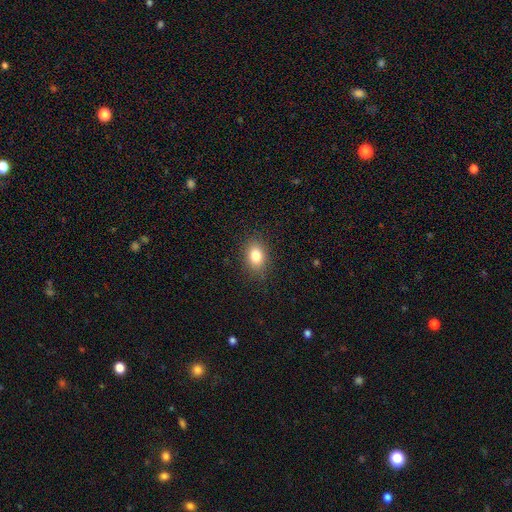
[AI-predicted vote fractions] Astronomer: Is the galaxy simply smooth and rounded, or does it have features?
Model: smooth — 82%.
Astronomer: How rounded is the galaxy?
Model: in between — 75%.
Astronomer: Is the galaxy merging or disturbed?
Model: none — 87%.